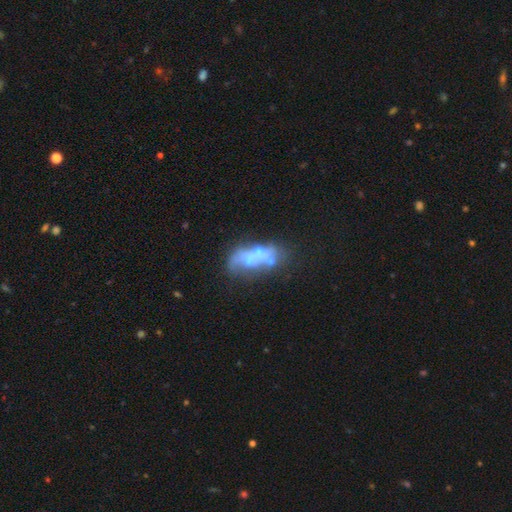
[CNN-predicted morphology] type=featured or disk (59%); edge-on=no (92%); bar=no (88%); spiral arms=no (90%); bulge=none (37%); merging=merger (40%).